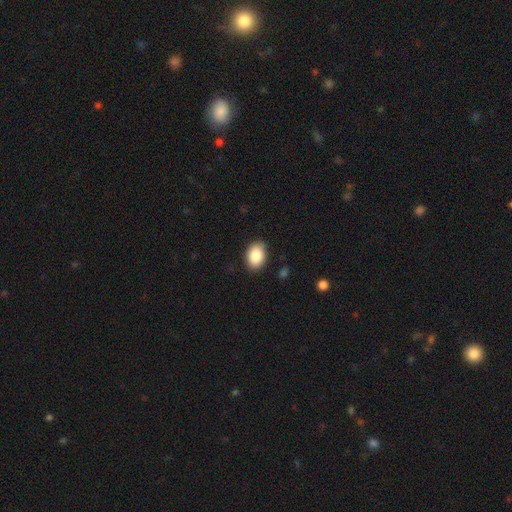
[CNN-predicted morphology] This appears to be a smooth galaxy with no disk features (87%) that is in between round and cigar-shaped (78%). Merging: none (87%).